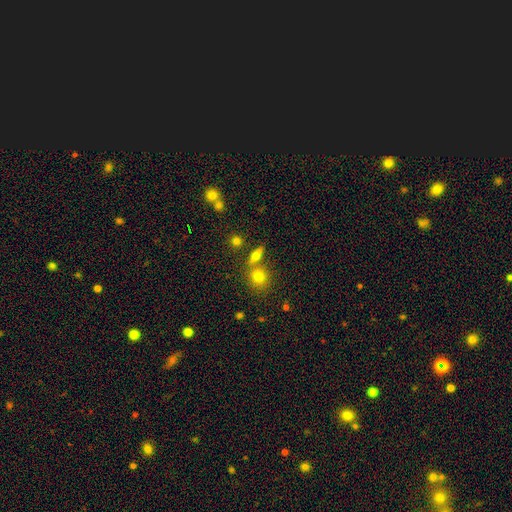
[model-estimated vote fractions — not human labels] smooth-or-featured: smooth: 62% | featured or disk: 25% | star or artifact: 13%
  how-rounded: in between: 43% | round: 30% | cigar-shaped: 27%
  merging: none: 67% | merger: 19% | minor disturbance: 10% | major disturbance: 4%